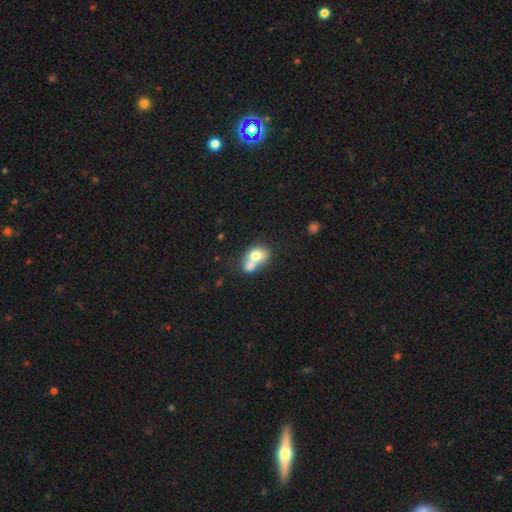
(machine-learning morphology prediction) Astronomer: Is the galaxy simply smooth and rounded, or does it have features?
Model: smooth — 70%.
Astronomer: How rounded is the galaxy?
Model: in between — 55% (runner-up: round, 44%).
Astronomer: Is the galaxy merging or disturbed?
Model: merger — 68%.